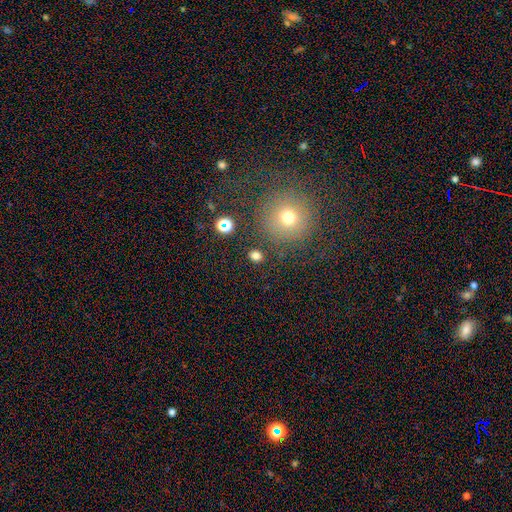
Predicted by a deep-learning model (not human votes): Smooth or featured? Predicted: smooth (p=0.74). How rounded? Predicted: round (p=0.78). Merging? Predicted: none (p=0.87).